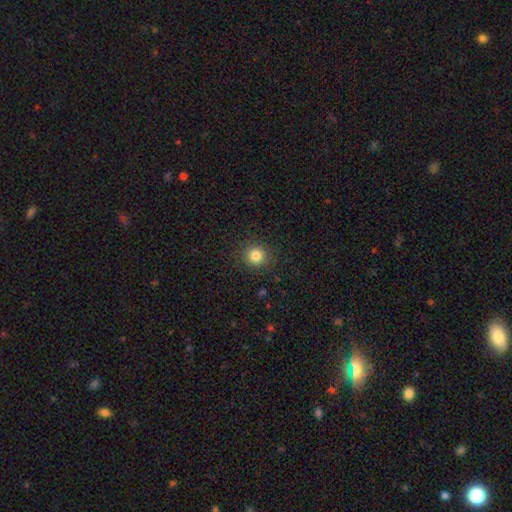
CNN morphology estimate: Q: Smooth or featured?
A: smooth (82%); runner-up: star or artifact (12%)
Q: How rounded?
A: round (91%); runner-up: in between (8%)
Q: Merging?
A: none (90%); runner-up: minor disturbance (6%)